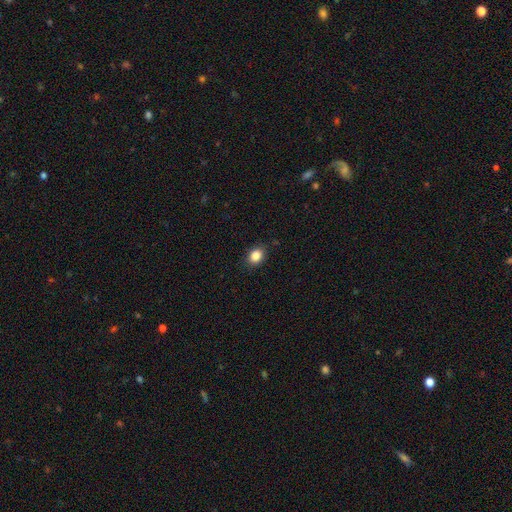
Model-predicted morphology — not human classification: Smooth or featured? Predicted: smooth (p=0.86). How rounded? Predicted: in between (p=0.59). Merging? Predicted: none (p=0.86).